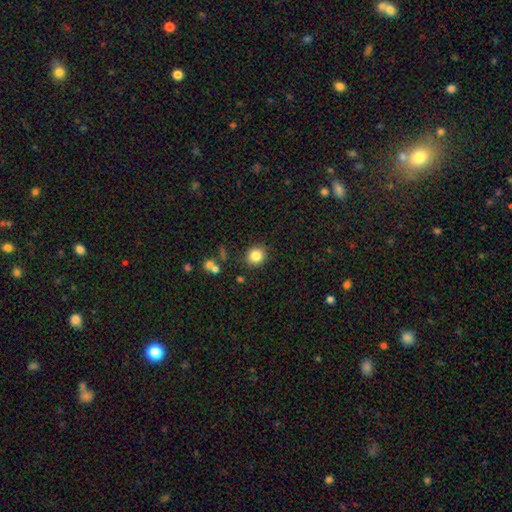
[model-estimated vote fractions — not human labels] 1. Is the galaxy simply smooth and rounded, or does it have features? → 84% smooth, 10% star or artifact, 6% featured or disk.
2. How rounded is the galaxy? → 86% round, 13% in between, 1% cigar-shaped.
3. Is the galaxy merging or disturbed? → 86% none, 8% minor disturbance, 3% merger, 3% major disturbance.